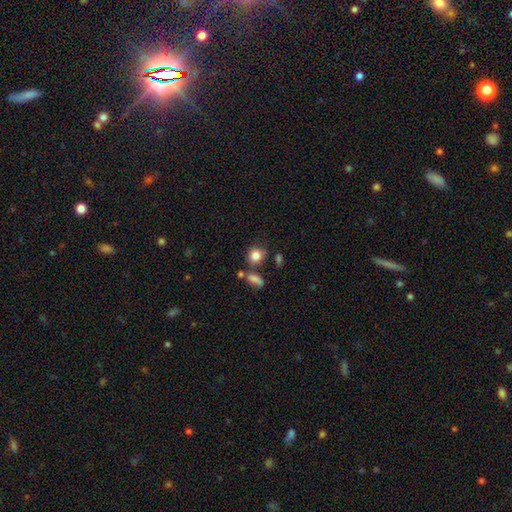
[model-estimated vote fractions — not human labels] smooth-or-featured: smooth: 83% | star or artifact: 10% | featured or disk: 7%
  how-rounded: round: 72% | in between: 26% | cigar-shaped: 2%
  merging: none: 66% | minor disturbance: 15% | merger: 14% | major disturbance: 5%